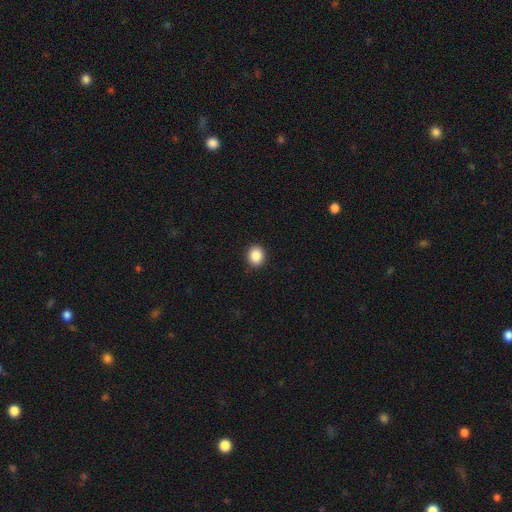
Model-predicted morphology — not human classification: smooth_or_featured: smooth (p=0.88) [alt: star or artifact p=0.09]
how_rounded: round (p=0.77) [alt: in between p=0.22]
merging: none (p=0.91) [alt: minor disturbance p=0.06]